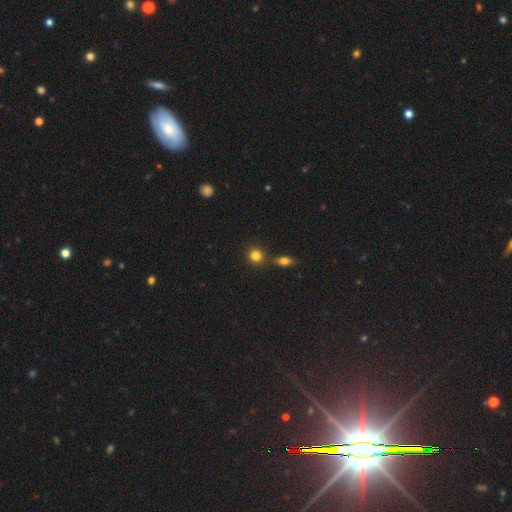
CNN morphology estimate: A smooth galaxy with no disk features (82%) that is round (86%).

Vote fractions:
- Smooth or featured? smooth: 82% / star or artifact: 12% / featured or disk: 6%
- How rounded? round: 86% / in between: 13% / cigar-shaped: 1%
- Merging? none: 72% / merger: 17% / minor disturbance: 9% / major disturbance: 3%